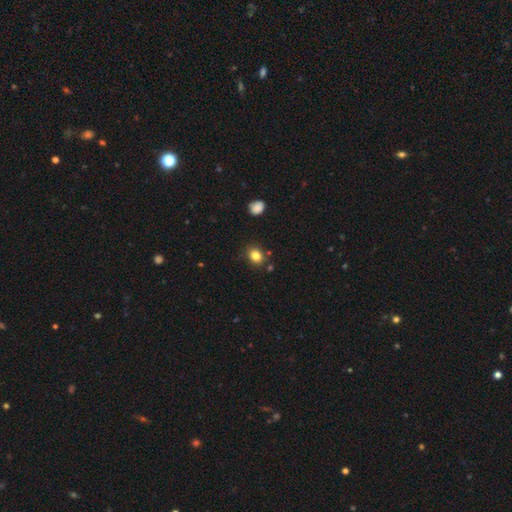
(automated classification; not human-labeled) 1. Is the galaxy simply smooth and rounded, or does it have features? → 82% smooth, 12% star or artifact, 6% featured or disk.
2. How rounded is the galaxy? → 63% round, 36% in between, 1% cigar-shaped.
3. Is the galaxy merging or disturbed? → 83% none, 11% minor disturbance, 4% merger, 3% major disturbance.